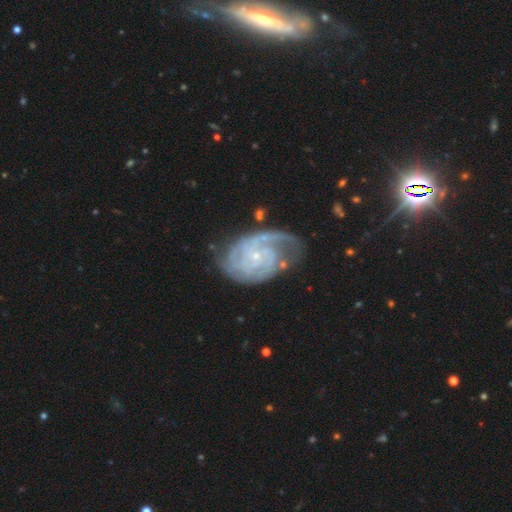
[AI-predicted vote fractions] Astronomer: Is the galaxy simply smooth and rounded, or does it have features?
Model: featured or disk — 88%.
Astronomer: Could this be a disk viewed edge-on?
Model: no — 98%.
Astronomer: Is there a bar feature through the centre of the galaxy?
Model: no — 71%.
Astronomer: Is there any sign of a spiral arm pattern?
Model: yes — 97%.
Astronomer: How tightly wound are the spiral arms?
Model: tight — 63%.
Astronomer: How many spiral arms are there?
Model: can't tell — 27% (runner-up: 3, 22%).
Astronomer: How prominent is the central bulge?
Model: small — 85%.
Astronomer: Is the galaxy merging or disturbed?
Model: none — 56%.